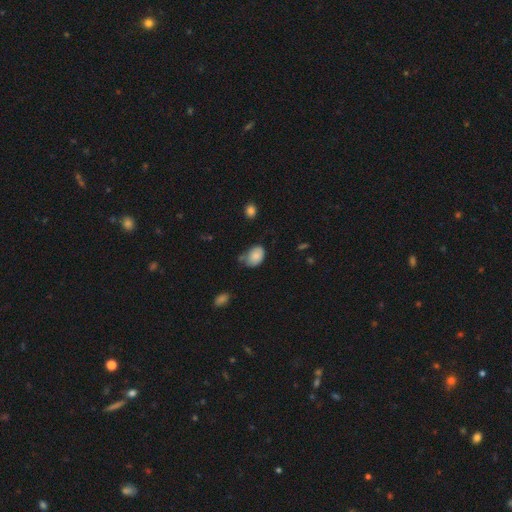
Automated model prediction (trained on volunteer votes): Smooth or featured: smooth — 82% (featured or disk — 10%)
How rounded: in between — 78% (round — 21%)
Merging: none — 50% (minor disturbance — 35%)